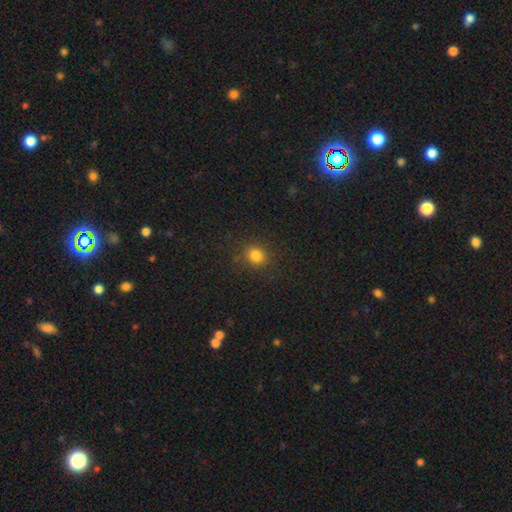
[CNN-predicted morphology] smooth_or_featured: smooth (p=0.82) [alt: star or artifact p=0.14]
how_rounded: round (p=0.83) [alt: in between p=0.15]
merging: none (p=0.87) [alt: minor disturbance p=0.08]